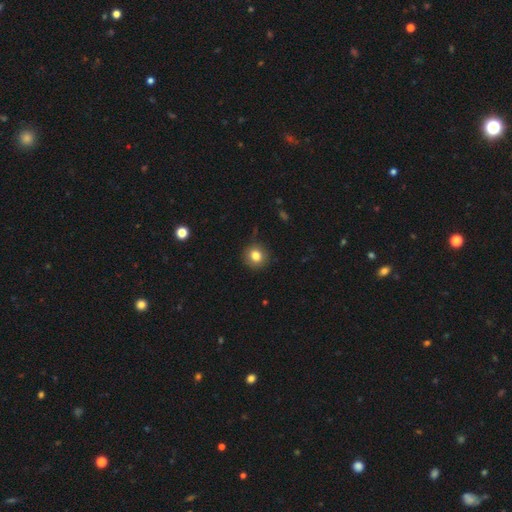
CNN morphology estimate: smooth_or_featured: smooth (p=0.82) [alt: star or artifact p=0.11]
how_rounded: round (p=0.90) [alt: in between p=0.09]
merging: none (p=0.86) [alt: minor disturbance p=0.10]